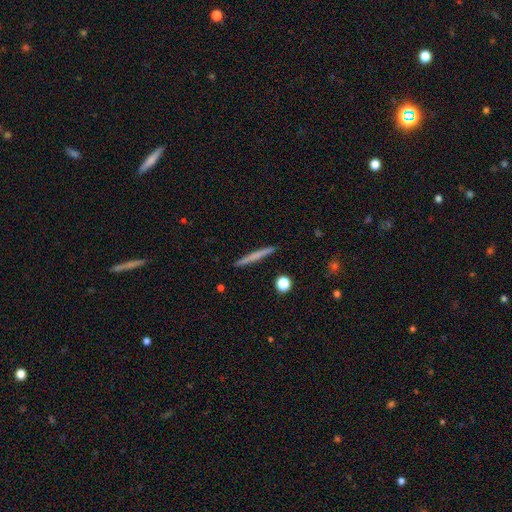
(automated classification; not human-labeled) Morphology: type=smooth (59%); roundness=cigar-shaped (96%); merging=none (92%).